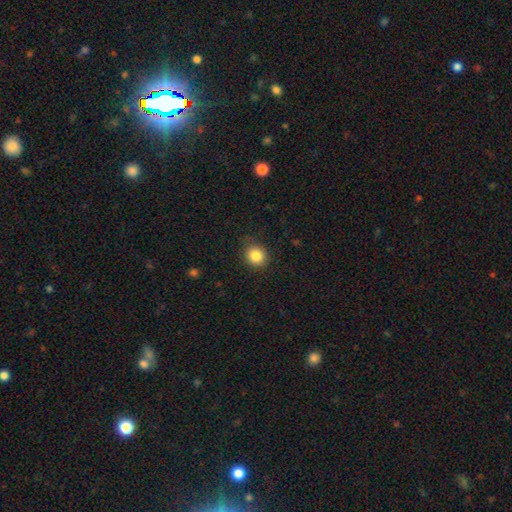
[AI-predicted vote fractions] Smooth or featured? Predicted: smooth (p=0.85). How rounded? Predicted: round (p=0.82). Merging? Predicted: none (p=0.84).